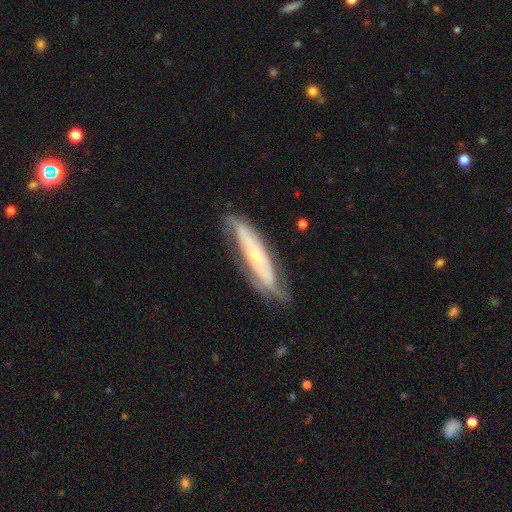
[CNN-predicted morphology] type=featured or disk (71%); edge-on=no (65%); merging=none (66%).